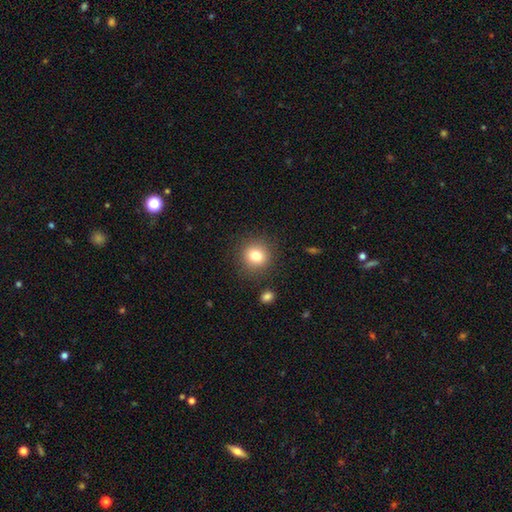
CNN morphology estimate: smooth-or-featured: smooth: 80% | star or artifact: 11% | featured or disk: 9%
  how-rounded: round: 90% | in between: 10% | cigar-shaped: 1%
  merging: none: 87% | minor disturbance: 8% | major disturbance: 3% | merger: 2%